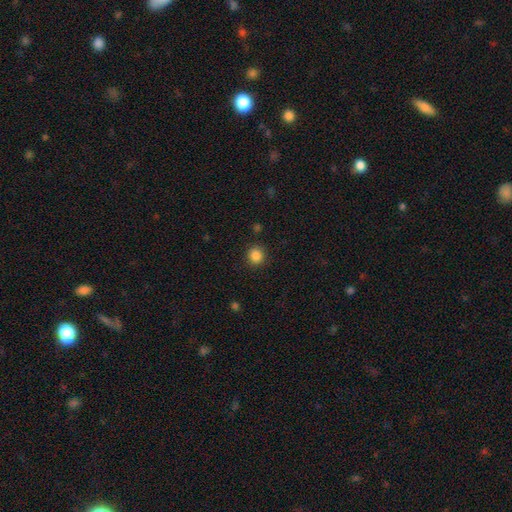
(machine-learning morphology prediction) This appears to be a smooth galaxy with no disk features (86%) that is round (89%). Merging: none (89%).